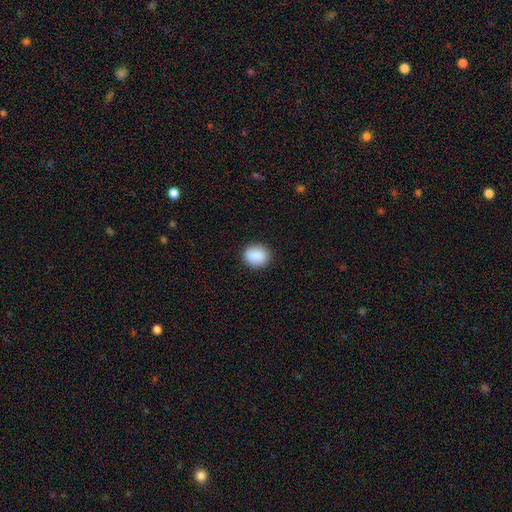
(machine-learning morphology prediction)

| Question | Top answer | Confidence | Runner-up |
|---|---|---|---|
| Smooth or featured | smooth | 89% | star or artifact (7%) |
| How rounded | round | 59% | in between (40%) |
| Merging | none | 89% | minor disturbance (8%) |